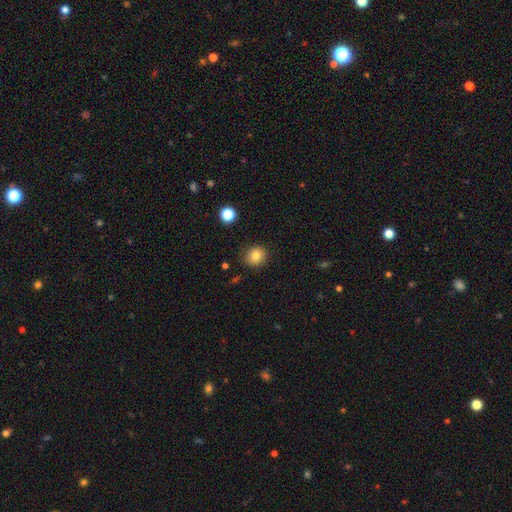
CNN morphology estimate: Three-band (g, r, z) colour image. It shows a smooth galaxy with no disk features (83%) that is round (77%). Merging: none (87%).